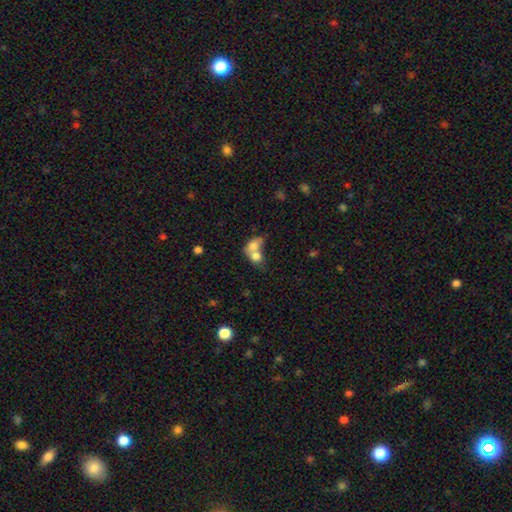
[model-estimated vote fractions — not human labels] Q: Smooth or featured?
A: smooth (70%); runner-up: featured or disk (21%)
Q: How rounded?
A: in between (54%); runner-up: round (45%)
Q: Merging?
A: merger (75%); runner-up: none (15%)